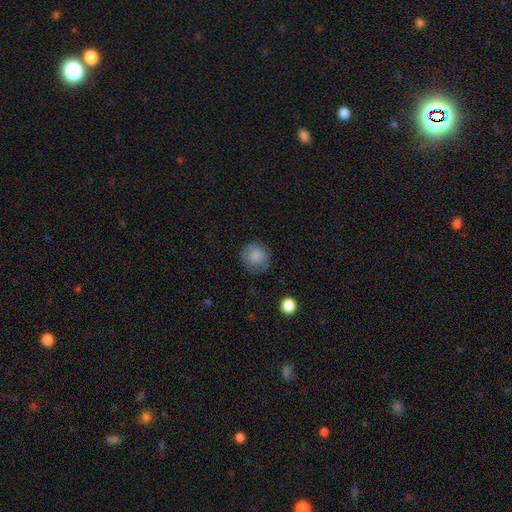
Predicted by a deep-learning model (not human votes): Overall: smooth (82%). How rounded: round (84%). Merging: none (73%).